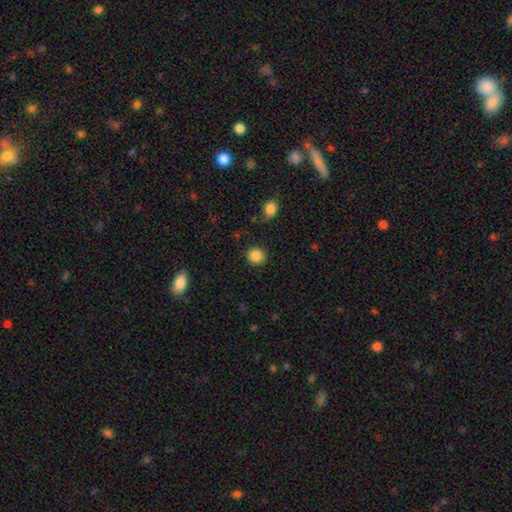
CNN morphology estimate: Smooth or featured? smooth (87%)
How rounded? round (92%)
Merging? none (89%)